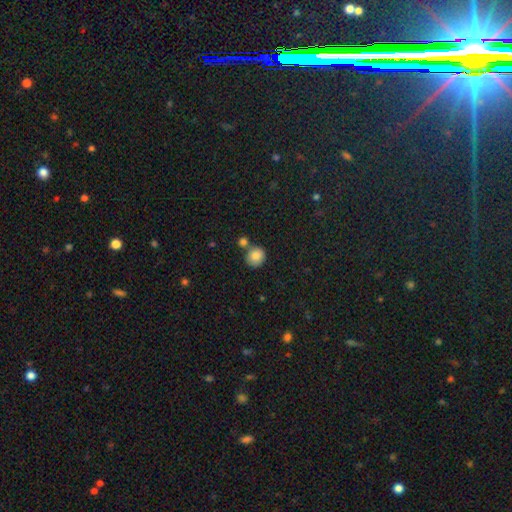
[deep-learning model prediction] A smooth galaxy with no disk features (85%) that is round (81%).

Vote fractions:
- Smooth or featured? smooth: 85% / star or artifact: 9% / featured or disk: 6%
- How rounded? round: 81% / in between: 18% / cigar-shaped: 1%
- Merging? none: 63% / merger: 21% / minor disturbance: 13% / major disturbance: 3%